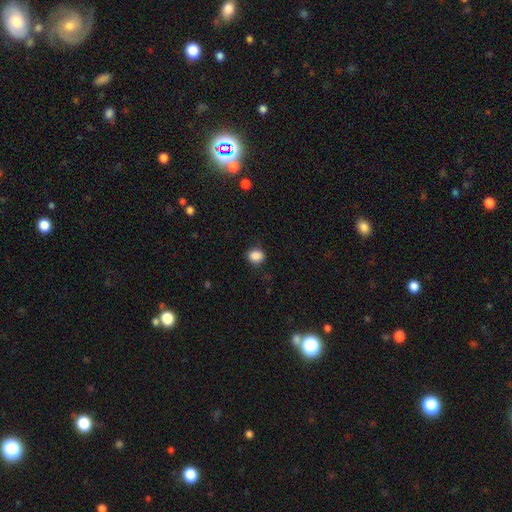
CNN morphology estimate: Q: Smooth or featured?
A: smooth (88%); runner-up: star or artifact (9%)
Q: How rounded?
A: round (56%); runner-up: in between (43%)
Q: Merging?
A: none (84%); runner-up: minor disturbance (12%)